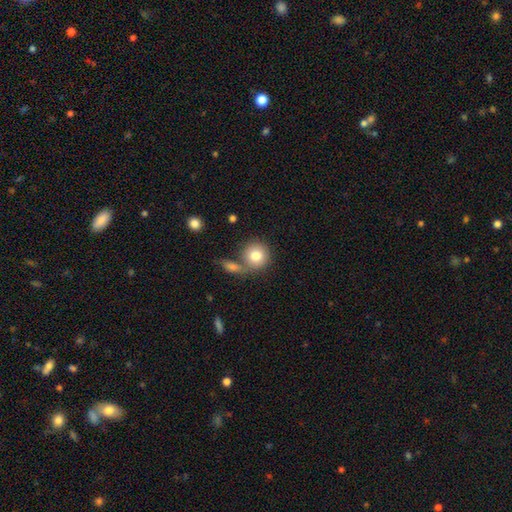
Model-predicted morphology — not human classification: Smooth or featured? Predicted: smooth (p=0.80). How rounded? Predicted: round (p=0.89). Merging? Predicted: none (p=0.55).